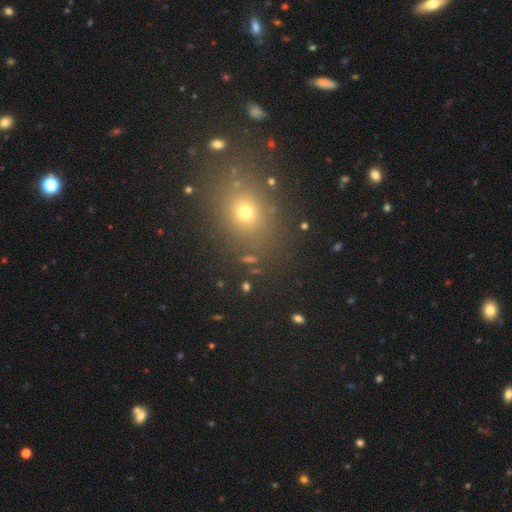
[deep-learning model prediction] The model was most divided on "how rounded": round: 53%, in between: 45%, cigar-shaped: 2%. More confident: merging — none (84%); smooth or featured — smooth (57%).